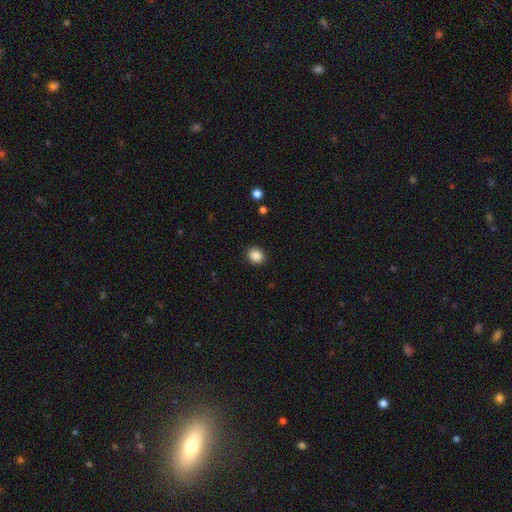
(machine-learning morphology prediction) Overall: smooth (87%). How rounded: round (74%). Merging: none (91%).